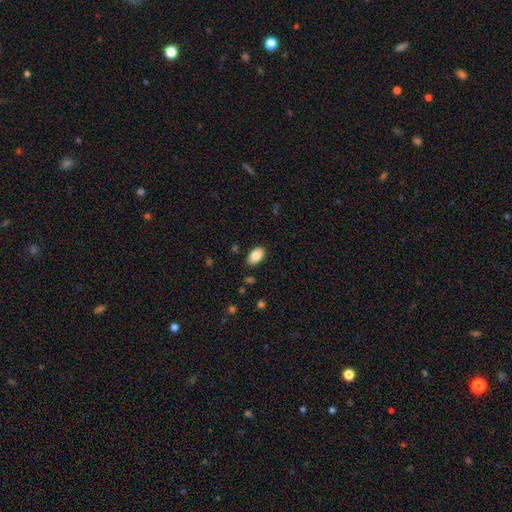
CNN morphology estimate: Smooth or featured? smooth (83%)
How rounded? in between (93%)
Merging? none (86%)